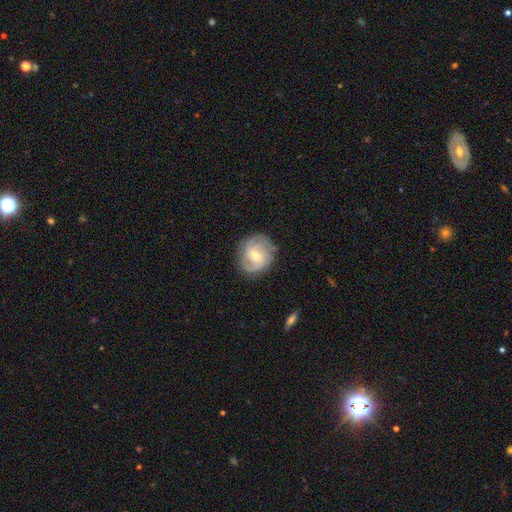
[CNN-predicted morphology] This is likely a featured or disk galaxy (73%). It is clearly not viewed edge-on (98%). Bar: possibly weak (49%). Spiral arm pattern: clearly yes (92%). Spiral arm count: possibly 2 (48%). Spiral winding: marginally medium (42%). Central bulge: possibly moderate (49%). Merging: likely none (78%).